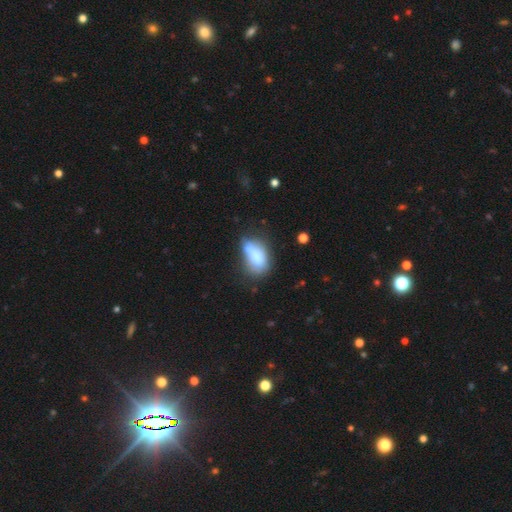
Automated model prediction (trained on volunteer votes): A smooth galaxy with no disk features (69%) that is in between round and cigar-shaped (87%).

Vote fractions:
- Smooth or featured? smooth: 69% / featured or disk: 22% / star or artifact: 9%
- How rounded? in between: 87% / round: 7% / cigar-shaped: 7%
- Merging? none: 33% / minor disturbance: 27% / merger: 24% / major disturbance: 17%